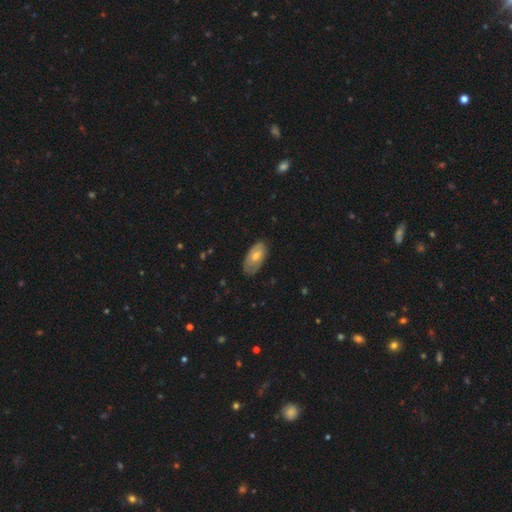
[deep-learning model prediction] Overall: smooth (52%; featured or disk 40%). How rounded: in between (92%). Merging: none (75%).